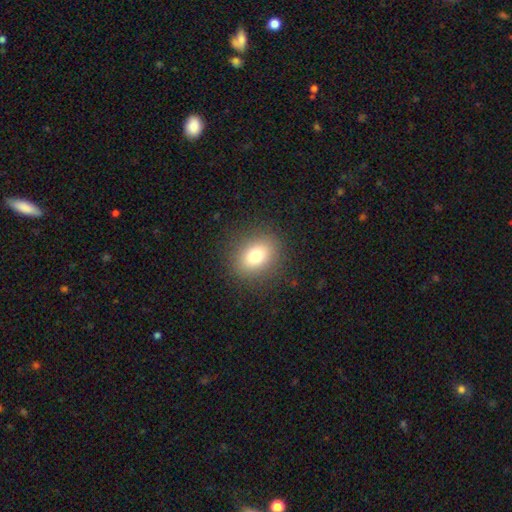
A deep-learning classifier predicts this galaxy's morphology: Q: Smooth or featured?
A: smooth (76%); runner-up: star or artifact (12%)
Q: How rounded?
A: round (51%); runner-up: in between (48%)
Q: Merging?
A: none (87%); runner-up: minor disturbance (8%)